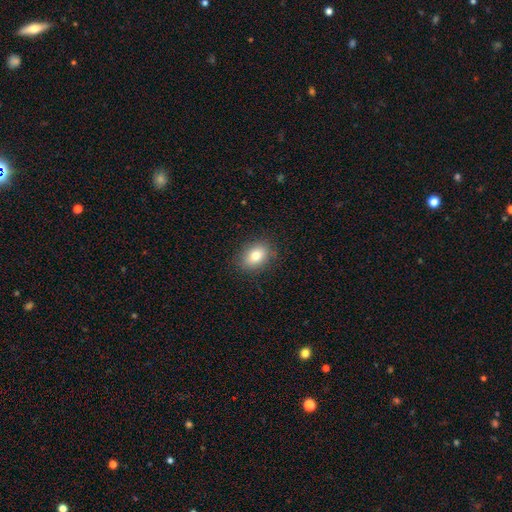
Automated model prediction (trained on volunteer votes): smooth 80%, featured or disk 10%, star or artifact 10%. Down the decision tree: how rounded — in between (72%); merging — none (86%).